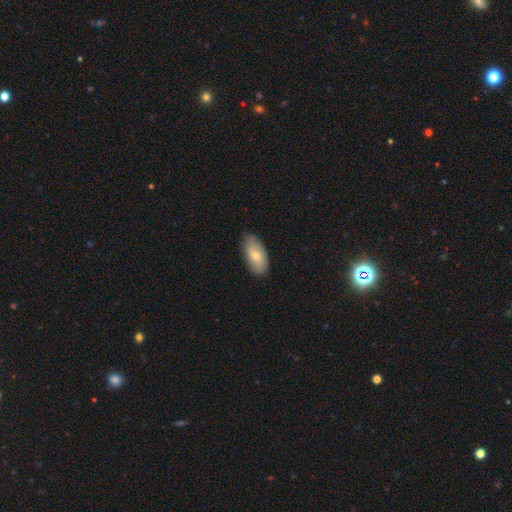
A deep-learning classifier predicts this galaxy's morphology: Smooth or featured? Predicted: smooth (p=0.77). How rounded? Predicted: in between (p=0.94). Merging? Predicted: none (p=0.82).